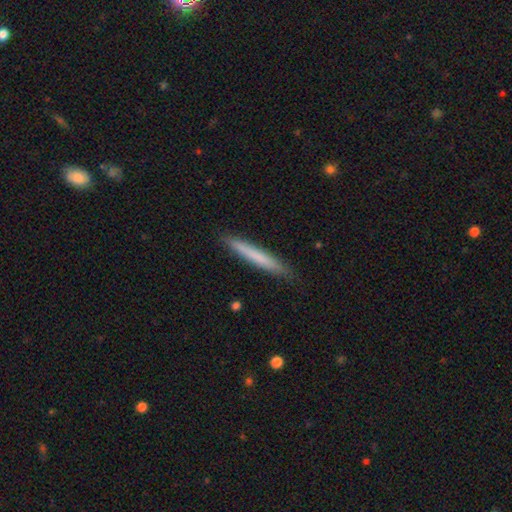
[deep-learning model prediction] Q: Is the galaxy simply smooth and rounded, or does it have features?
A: smooth — 71%.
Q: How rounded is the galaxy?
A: cigar-shaped — 96%.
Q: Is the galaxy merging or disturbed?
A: none — 88%.